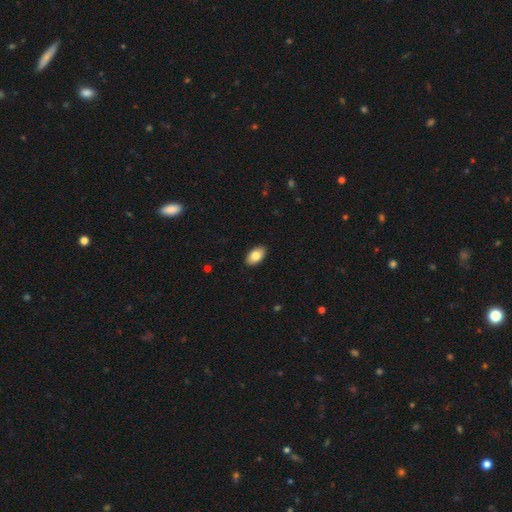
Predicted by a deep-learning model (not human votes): This appears to be a smooth galaxy with no disk features (83%) that is in between round and cigar-shaped (94%). Merging: none (90%).